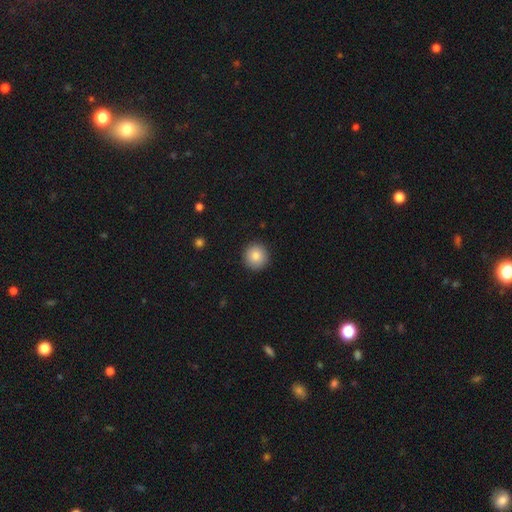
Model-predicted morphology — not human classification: The model was most divided on "smooth or featured": smooth: 84%, star or artifact: 9%, featured or disk: 8%. More confident: how rounded — round (95%); merging — none (92%).